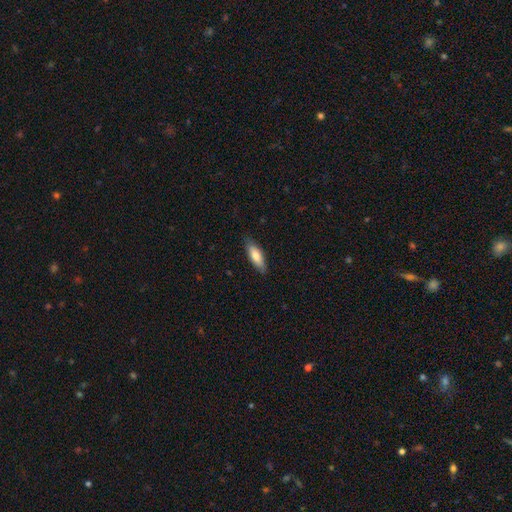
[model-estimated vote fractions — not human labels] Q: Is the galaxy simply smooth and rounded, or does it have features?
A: smooth — 76%.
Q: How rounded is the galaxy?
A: in between — 52%.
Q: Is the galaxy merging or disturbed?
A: none — 84%.